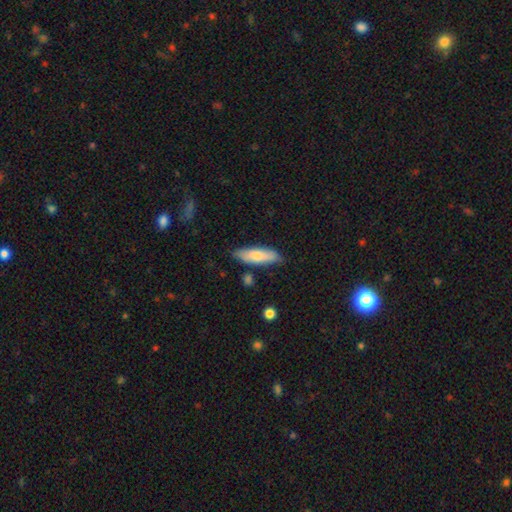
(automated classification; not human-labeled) The model was most divided on "how rounded": cigar-shaped: 60%, in between: 38%, round: 2%. More confident: merging — none (83%); smooth or featured — smooth (71%).